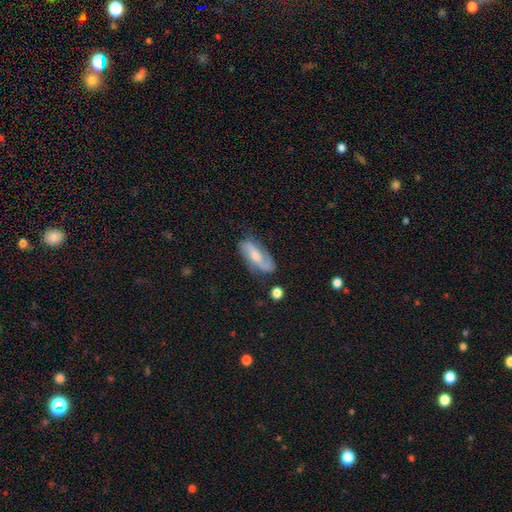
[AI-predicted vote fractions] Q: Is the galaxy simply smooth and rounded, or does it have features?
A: featured or disk — 66%.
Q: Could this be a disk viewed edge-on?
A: no — 90%.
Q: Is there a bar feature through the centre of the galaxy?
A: weak — 39%.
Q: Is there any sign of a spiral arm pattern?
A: yes — 91%.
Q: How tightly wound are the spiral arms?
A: loose — 44%.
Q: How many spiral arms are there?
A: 2 — 84%.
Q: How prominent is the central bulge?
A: moderate — 51%.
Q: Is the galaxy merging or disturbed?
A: none — 71%.